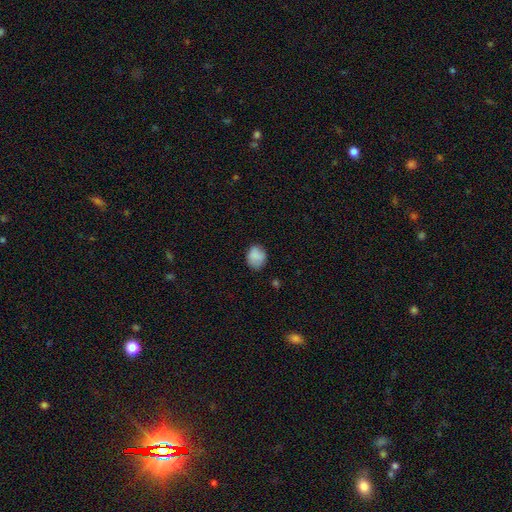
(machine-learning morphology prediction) This appears to be a smooth galaxy with no disk features (84%) that is round (60%). Merging: none (72%).